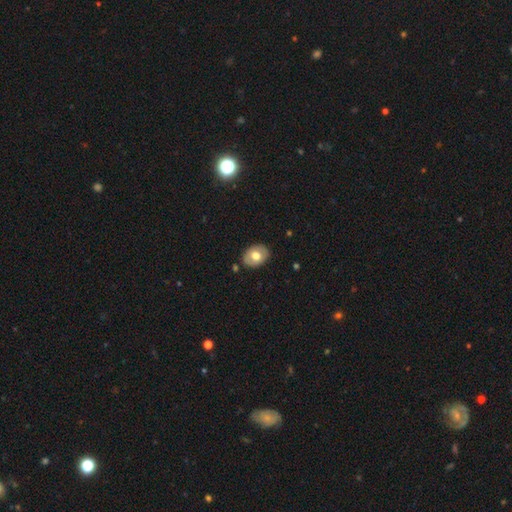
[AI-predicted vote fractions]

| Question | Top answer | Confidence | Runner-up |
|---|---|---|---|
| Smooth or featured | smooth | 64% | featured or disk (29%) |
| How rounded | in between | 68% | round (31%) |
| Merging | none | 85% | minor disturbance (11%) |